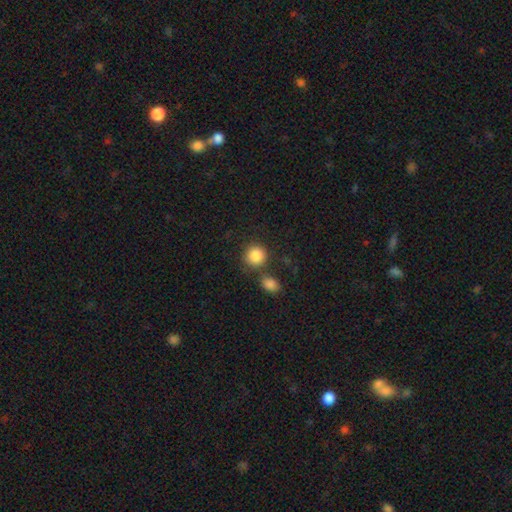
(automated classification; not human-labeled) Smooth or featured: smooth — 87% (star or artifact — 9%)
How rounded: round — 88% (in between — 11%)
Merging: none — 71% (merger — 15%)